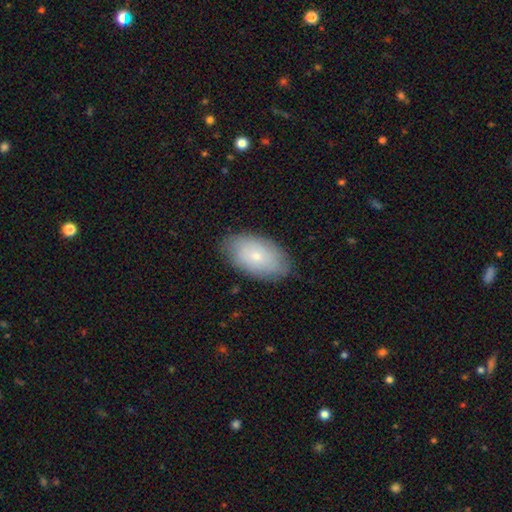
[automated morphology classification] Smooth or featured: smooth — 67% (featured or disk — 26%)
How rounded: in between — 94% (round — 5%)
Merging: none — 83% (minor disturbance — 13%)